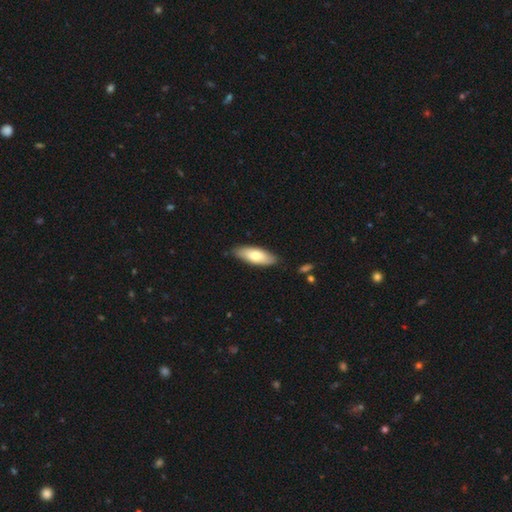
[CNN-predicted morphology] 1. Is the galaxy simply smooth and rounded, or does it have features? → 72% smooth, 23% featured or disk, 5% star or artifact.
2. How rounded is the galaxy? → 70% in between, 28% cigar-shaped, 2% round.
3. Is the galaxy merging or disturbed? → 84% none, 13% minor disturbance, 2% major disturbance, 2% merger.